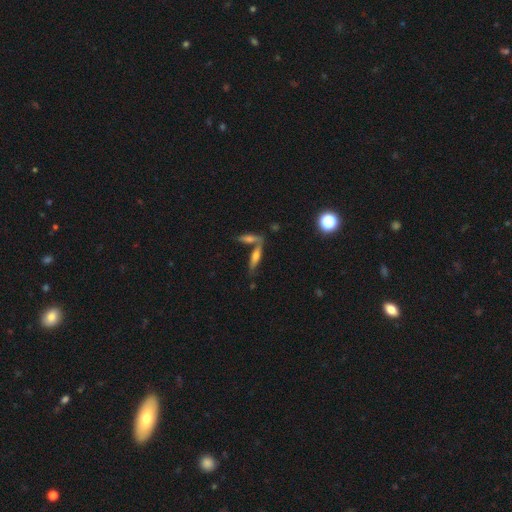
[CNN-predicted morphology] Smooth or featured? Predicted: featured or disk (p=0.46). Merging? Predicted: none (p=0.52).